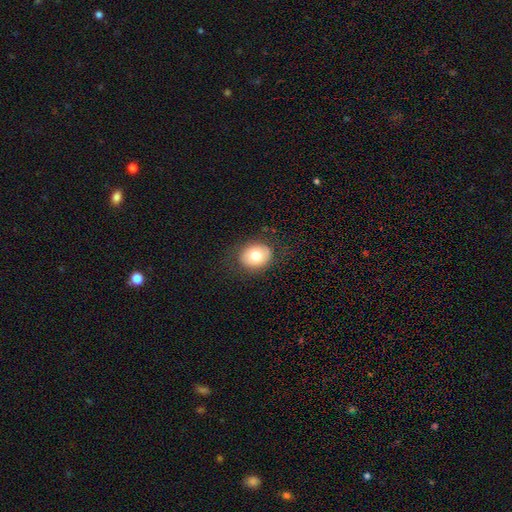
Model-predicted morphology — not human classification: Smooth or featured: smooth — 76% (featured or disk — 15%)
How rounded: round — 57% (in between — 43%)
Merging: none — 82% (minor disturbance — 13%)